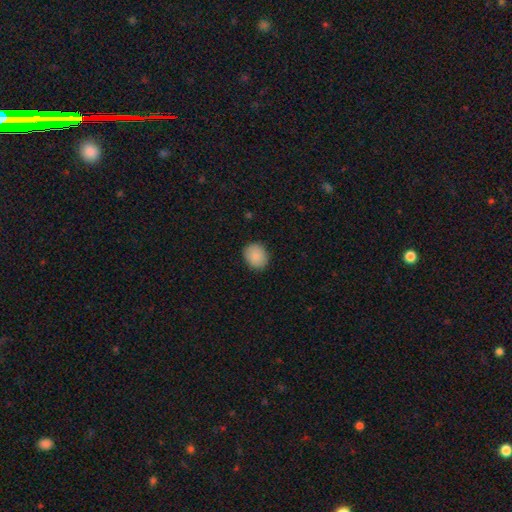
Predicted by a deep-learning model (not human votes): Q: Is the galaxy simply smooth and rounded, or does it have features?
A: smooth — 89%.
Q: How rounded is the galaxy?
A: round — 61%.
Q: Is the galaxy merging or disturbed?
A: none — 88%.